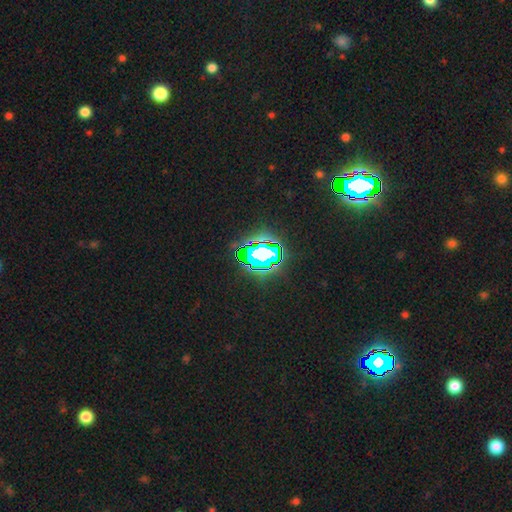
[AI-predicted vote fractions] Smooth or featured? star or artifact (75%)